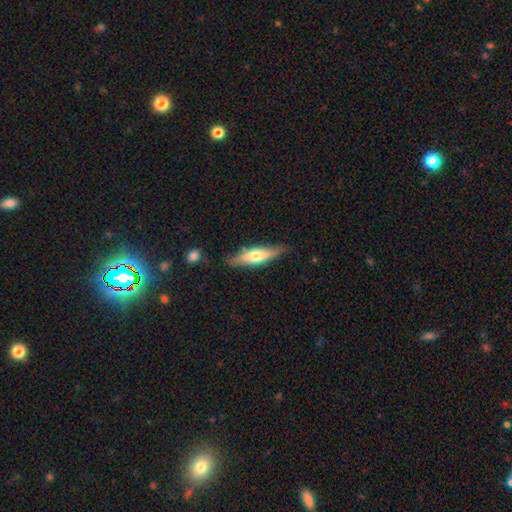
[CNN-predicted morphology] Smooth or featured? Predicted: smooth (p=0.49). Merging? Predicted: none (p=0.80).